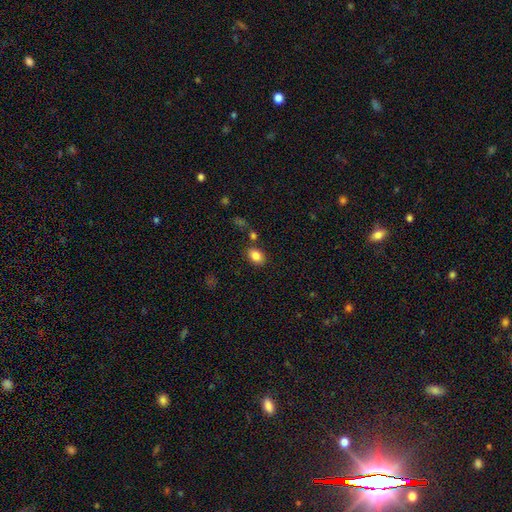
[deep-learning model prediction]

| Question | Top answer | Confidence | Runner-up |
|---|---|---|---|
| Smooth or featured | smooth | 85% | star or artifact (9%) |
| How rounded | in between | 74% | round (25%) |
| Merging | none | 80% | minor disturbance (11%) |